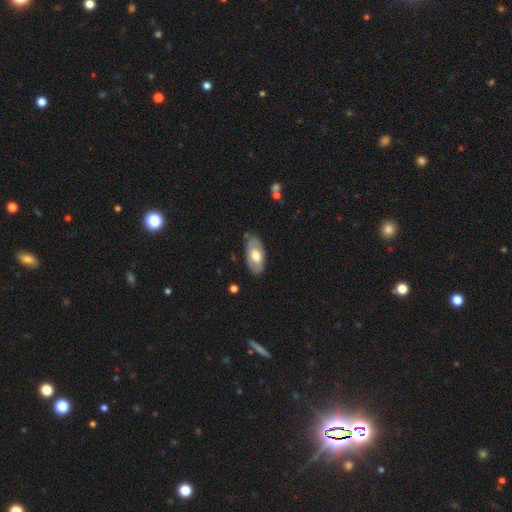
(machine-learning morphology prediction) Smooth or featured?
  - smooth: 48% *
  - featured or disk: 46%
  - star or artifact: 5%
Merging?
  - none: 79% *
  - minor disturbance: 16%
  - major disturbance: 4%
  - merger: 1%